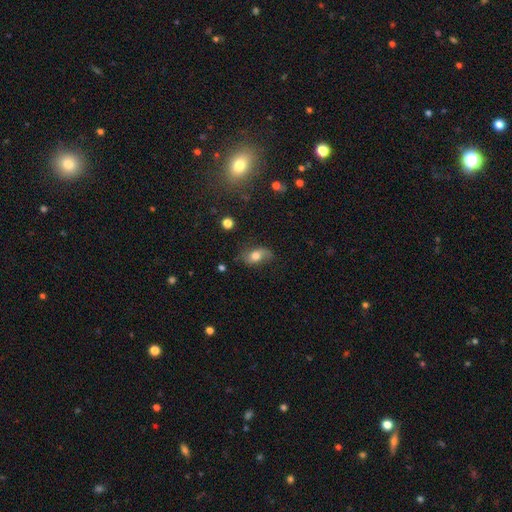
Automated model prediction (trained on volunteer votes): smooth-or-featured: smooth: 57% | featured or disk: 33% | star or artifact: 10%
  how-rounded: in between: 83% | round: 14% | cigar-shaped: 3%
  merging: none: 57% | minor disturbance: 28% | major disturbance: 13% | merger: 2%